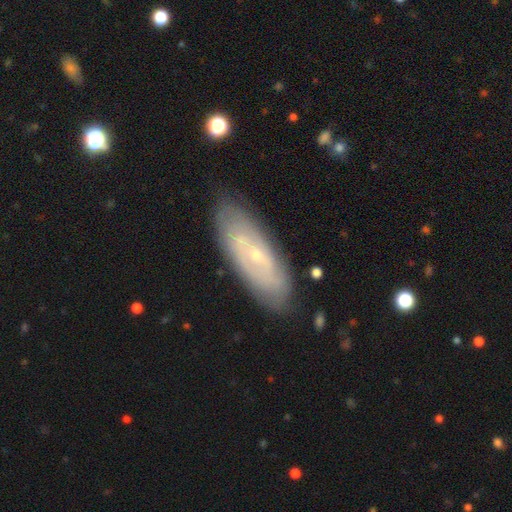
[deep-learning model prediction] featured or disk 71%, smooth 23%, star or artifact 6%. Down the decision tree: edge-on disk — no (86%); bar — no (59%); spiral arms — yes (69%); bulge size — small (74%); merging — none (81%).